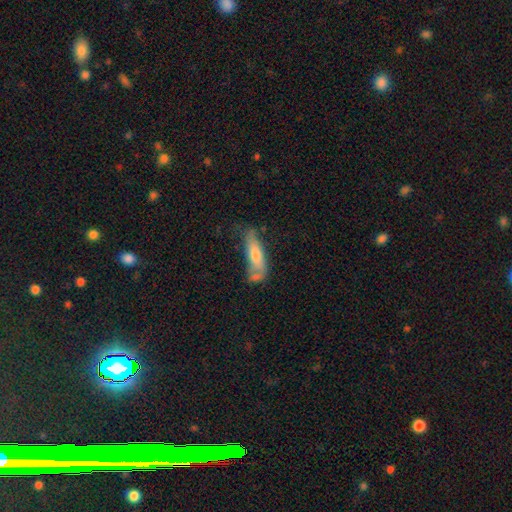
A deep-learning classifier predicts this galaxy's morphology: The model was most divided on "how rounded": cigar-shaped: 53%, in between: 44%, round: 2%. Remaining: smooth or featured — smooth (64%); merging — none (45%).